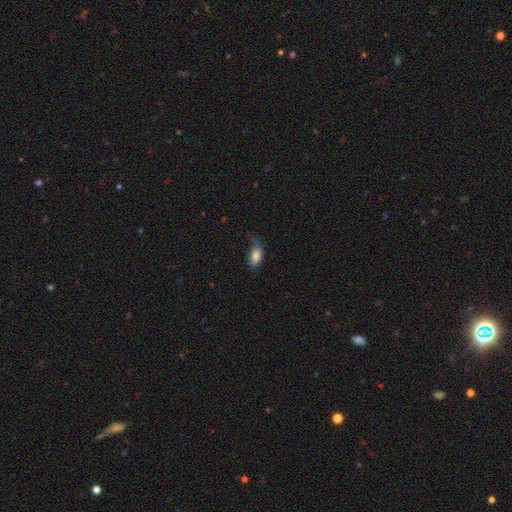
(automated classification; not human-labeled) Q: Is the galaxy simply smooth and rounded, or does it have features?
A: smooth — 81%.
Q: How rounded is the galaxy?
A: in between — 90%.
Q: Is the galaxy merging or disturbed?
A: none — 45%.